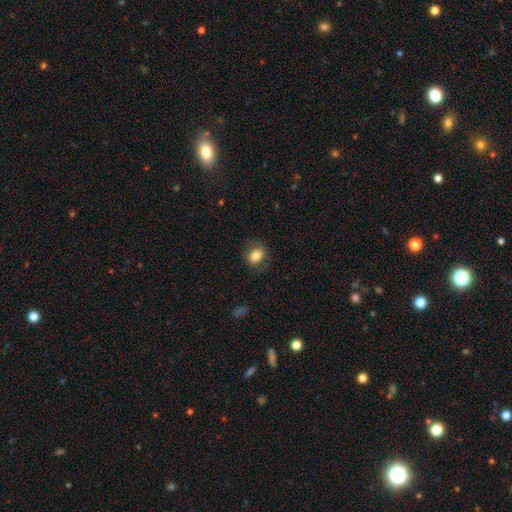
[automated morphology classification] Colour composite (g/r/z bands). It shows a smooth galaxy with no disk features (80%) that is in between round and cigar-shaped (61%). Merging: none (77%).